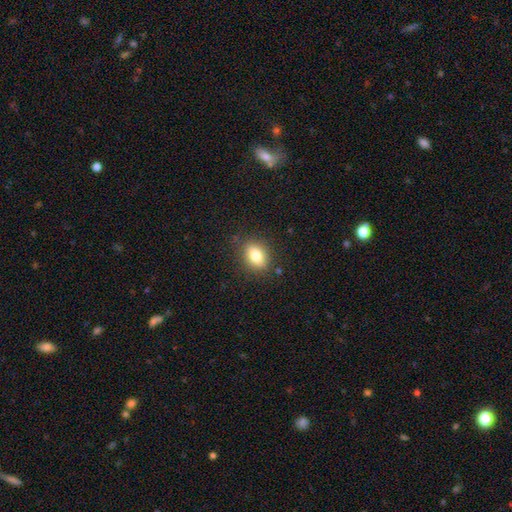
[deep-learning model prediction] A smooth galaxy with no disk features (80%) that is in between round and cigar-shaped (68%). Merging: none (84%).